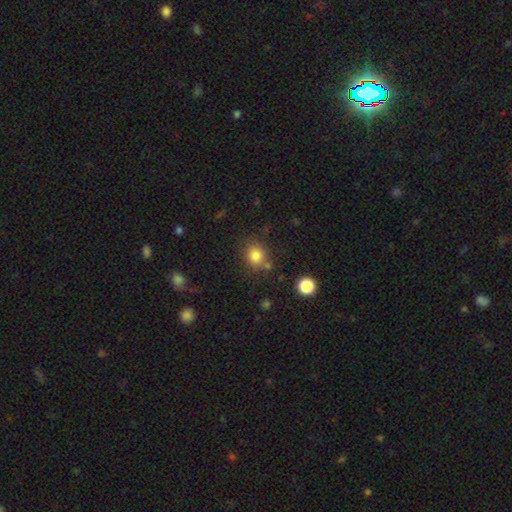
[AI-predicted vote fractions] This is clearly a smooth galaxy (81%). How rounded: likely round (74%). Merging: likely none (71%).